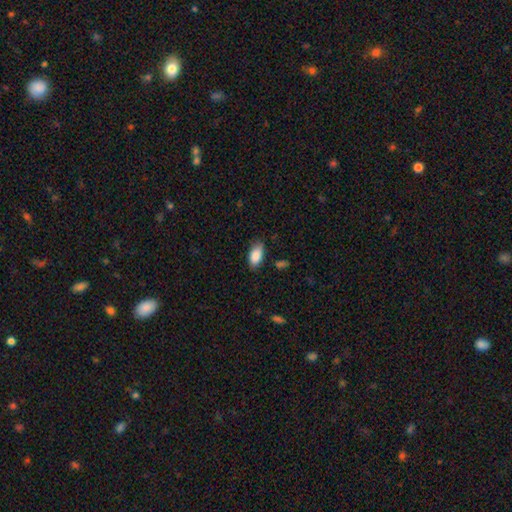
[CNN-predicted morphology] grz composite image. It shows a smooth galaxy with no disk features (88%) that is in between round and cigar-shaped (92%). Merging: none (78%).